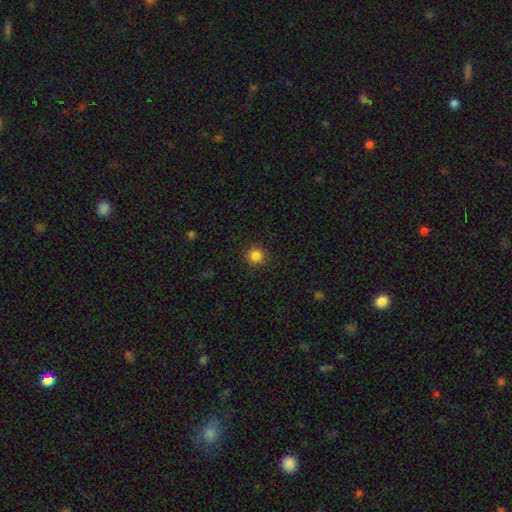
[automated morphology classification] smooth_or_featured: smooth (p=0.84) [alt: star or artifact p=0.13]
how_rounded: round (p=0.94) [alt: in between p=0.06]
merging: none (p=0.90) [alt: minor disturbance p=0.07]